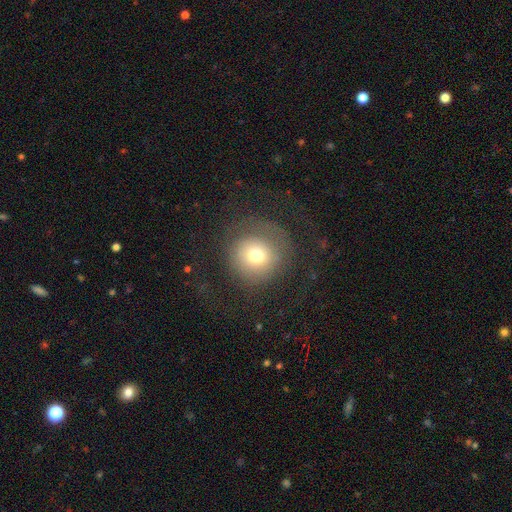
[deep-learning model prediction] A smooth galaxy with no disk features (68%) that is round (93%).

Vote fractions:
- Smooth or featured? smooth: 68% / featured or disk: 19% / star or artifact: 13%
- How rounded? round: 93% / in between: 6% / cigar-shaped: 1%
- Merging? none: 63% / major disturbance: 20% / minor disturbance: 15% / merger: 1%